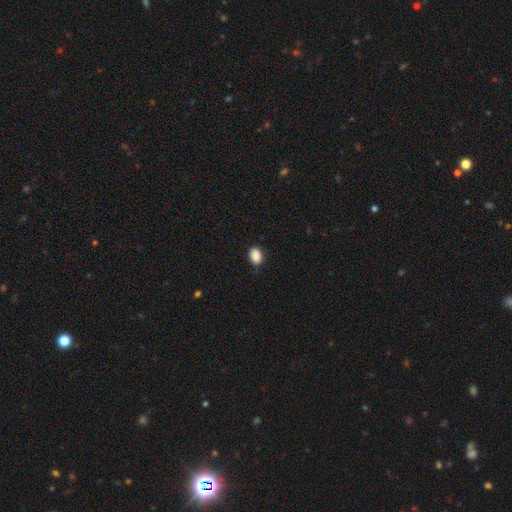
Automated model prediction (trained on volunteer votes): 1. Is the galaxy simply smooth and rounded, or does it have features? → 90% smooth, 8% star or artifact, 3% featured or disk.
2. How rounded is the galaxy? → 77% in between, 22% round, 1% cigar-shaped.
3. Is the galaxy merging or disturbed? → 85% none, 12% minor disturbance, 2% major disturbance, 1% merger.